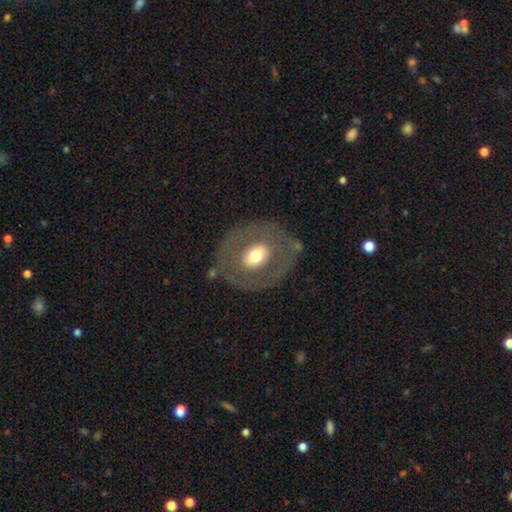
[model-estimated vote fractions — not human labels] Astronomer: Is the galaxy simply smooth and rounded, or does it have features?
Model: featured or disk — 51% (runner-up: smooth, 42%).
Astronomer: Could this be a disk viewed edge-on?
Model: no — 92%.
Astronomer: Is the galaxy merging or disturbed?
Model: none — 75%.